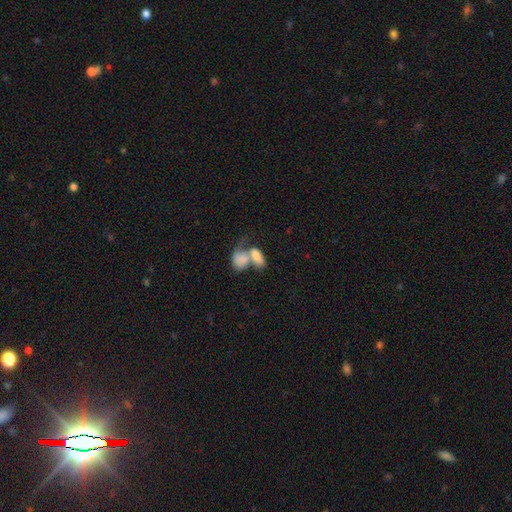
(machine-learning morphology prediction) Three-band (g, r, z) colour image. It shows a smooth galaxy with no disk features (78%) that is in between round and cigar-shaped (86%). Merging: merger (70%).